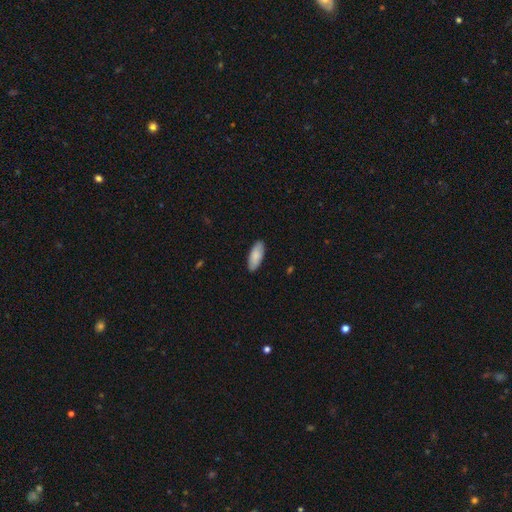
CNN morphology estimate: smooth 86%, featured or disk 9%, star or artifact 5%. Down the decision tree: how rounded — in between (80%); merging — none (88%).